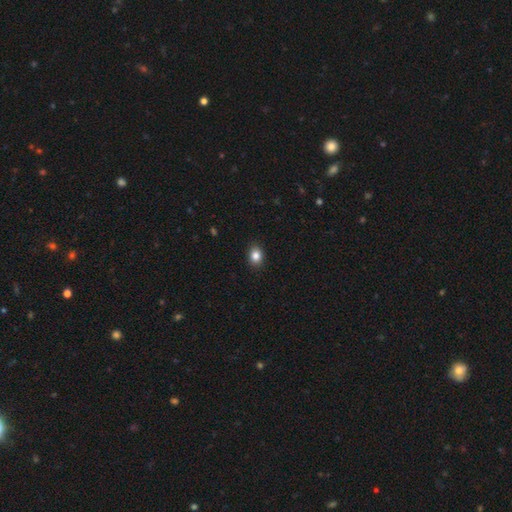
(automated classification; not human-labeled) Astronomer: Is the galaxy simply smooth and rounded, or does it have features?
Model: smooth — 85%.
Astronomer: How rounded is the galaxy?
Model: in between — 55% (runner-up: round, 44%).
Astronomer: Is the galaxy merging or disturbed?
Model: none — 90%.